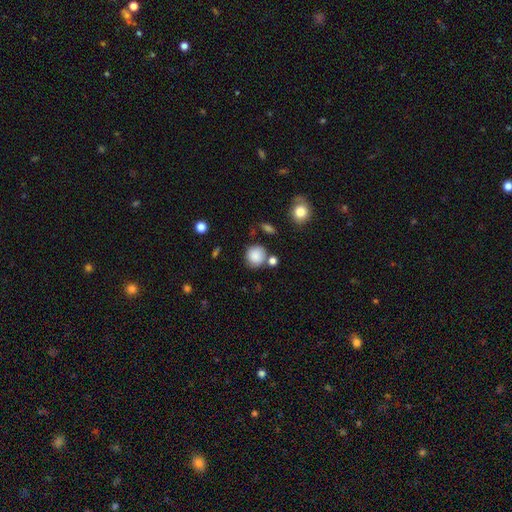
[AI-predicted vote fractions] Smooth or featured: smooth — 86% (star or artifact — 9%)
How rounded: round — 89% (in between — 10%)
Merging: none — 73% (minor disturbance — 13%)